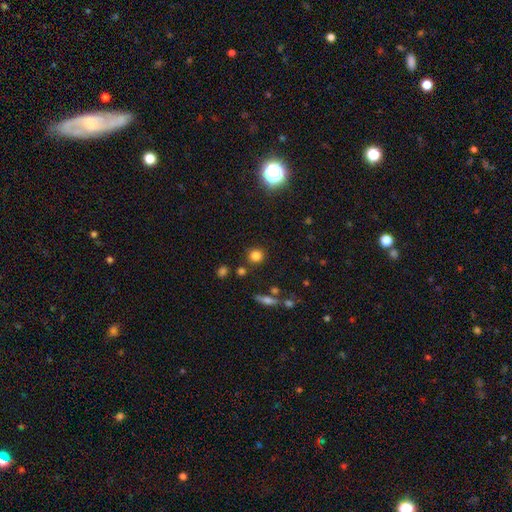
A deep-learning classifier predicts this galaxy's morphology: This appears to be a smooth galaxy with no disk features (80%) that is round (89%). Merging: none (84%).